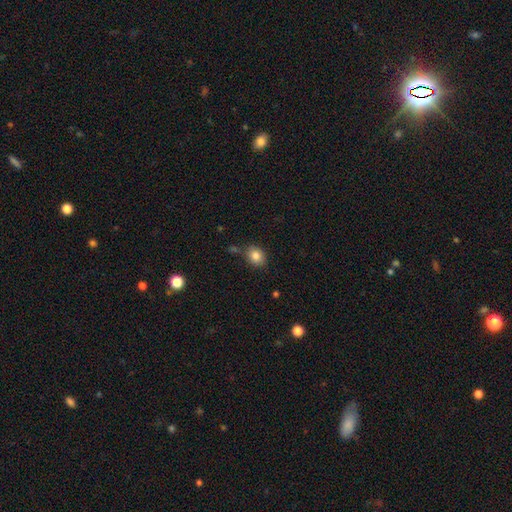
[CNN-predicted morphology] A smooth galaxy with no disk features (82%) that is round (57%). Merging: none (76%).